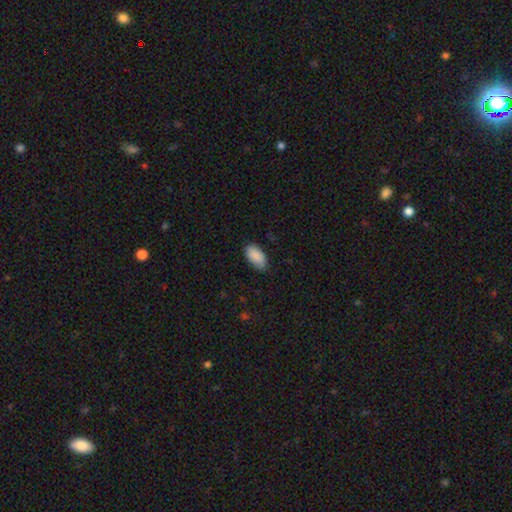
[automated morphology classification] type=smooth (90%); roundness=in between (95%); merging=none (81%).